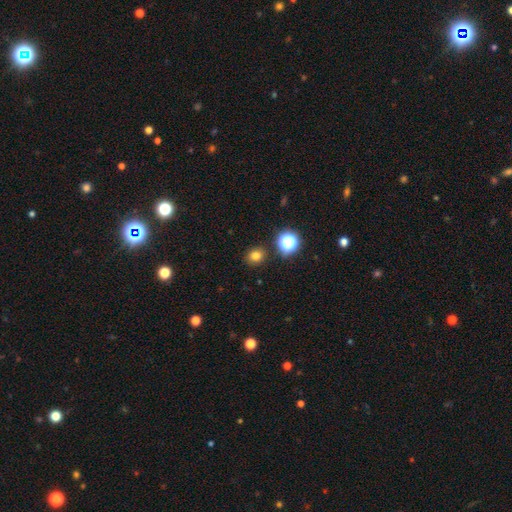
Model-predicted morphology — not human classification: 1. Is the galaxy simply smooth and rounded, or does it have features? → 77% smooth, 17% star or artifact, 6% featured or disk.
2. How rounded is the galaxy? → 76% round, 23% in between, 1% cigar-shaped.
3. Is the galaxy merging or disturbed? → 87% none, 8% minor disturbance, 3% merger, 2% major disturbance.